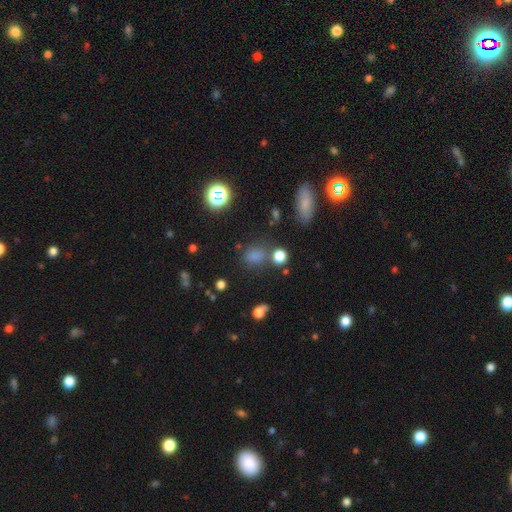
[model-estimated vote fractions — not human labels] Smooth or featured? Predicted: smooth (p=0.71). How rounded? Predicted: in between (p=0.51). Merging? Predicted: none (p=0.67).